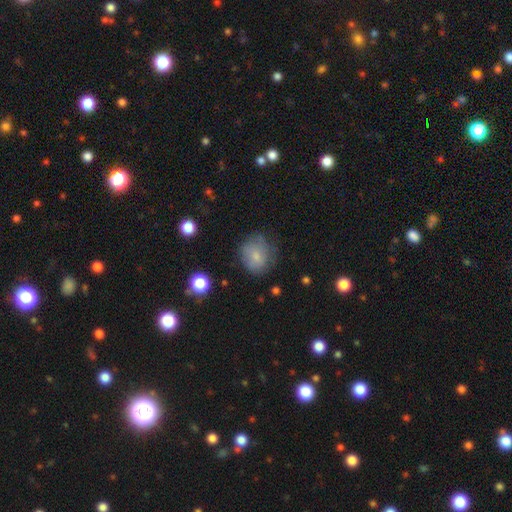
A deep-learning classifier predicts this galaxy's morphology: smooth-or-featured: smooth: 75% | featured or disk: 15% | star or artifact: 10%
  how-rounded: round: 73% | in between: 26% | cigar-shaped: 1%
  merging: none: 63% | minor disturbance: 25% | major disturbance: 10% | merger: 2%